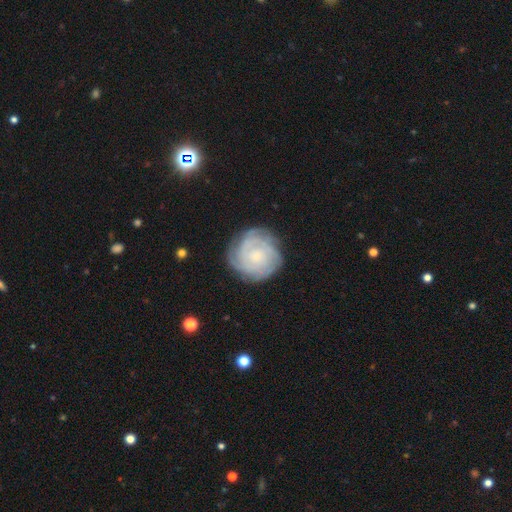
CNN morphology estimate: A featured or disk galaxy (73%) with no bar (77%), tight (78%) spiral arms (92%) and a small central bulge (67%). Merging: none (78%).